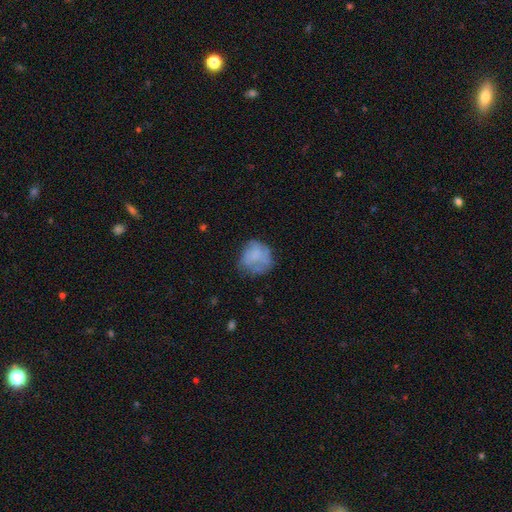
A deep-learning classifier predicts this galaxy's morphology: Overall: smooth (64%; featured or disk 27%). How rounded: round (77%). Merging: none (53%; minor disturbance 27%).